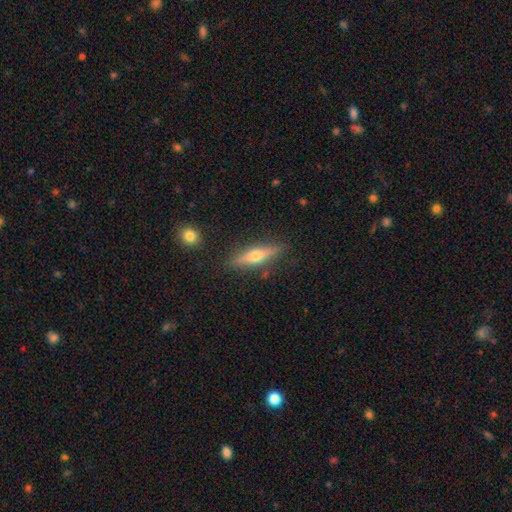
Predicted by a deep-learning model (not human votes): Smooth or featured?
  - featured or disk: 59% *
  - smooth: 34%
  - star or artifact: 6%
Edge-on disk?
  - yes: 94% *
  - no: 6%
Edge-on bulge?
  - rounded: 93% *
  - none: 4%
  - boxy: 3%
Merging?
  - none: 87% *
  - minor disturbance: 9%
  - major disturbance: 2%
  - merger: 2%